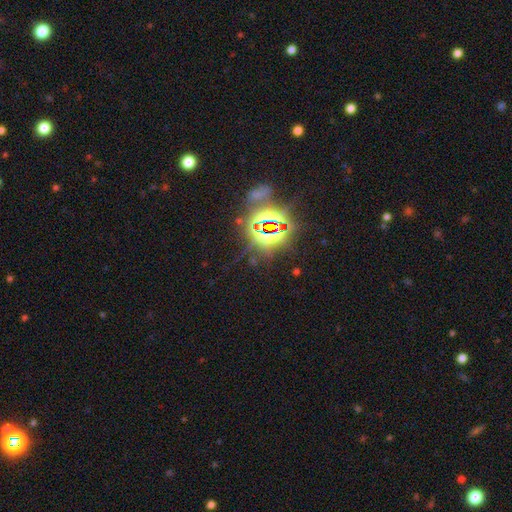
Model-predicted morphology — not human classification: smooth_or_featured: star or artifact (p=0.83) [alt: smooth p=0.09]